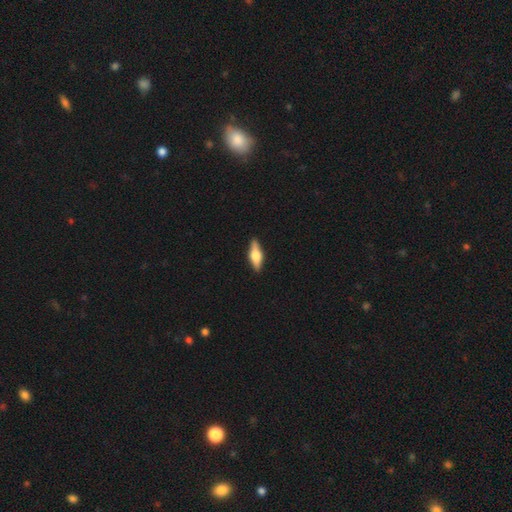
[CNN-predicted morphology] This is possibly a featured or disk galaxy (50%). Merging: clearly none (89%).